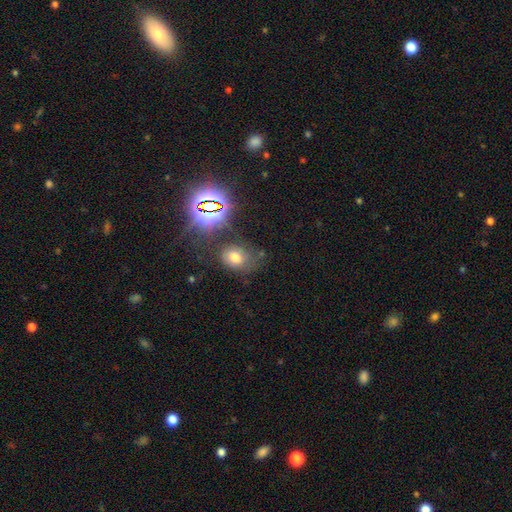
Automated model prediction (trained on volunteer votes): Morphology: type=star or artifact (48%).